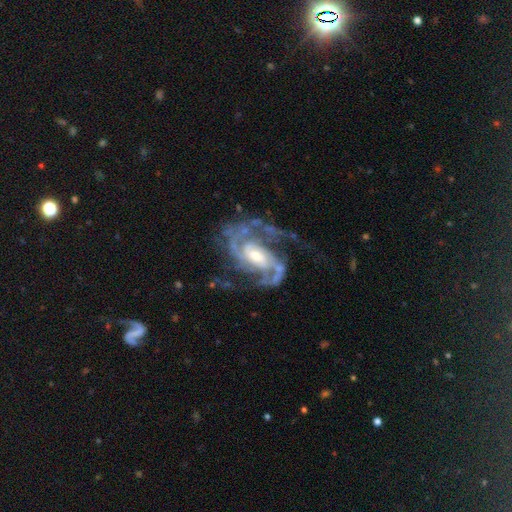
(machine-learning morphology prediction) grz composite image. It shows a featured or disk galaxy (93%) with a weak bar (43%), 2 (64%) medium (50%) spiral arms (98%) and a moderate central bulge (58%). Merging: none (62%).